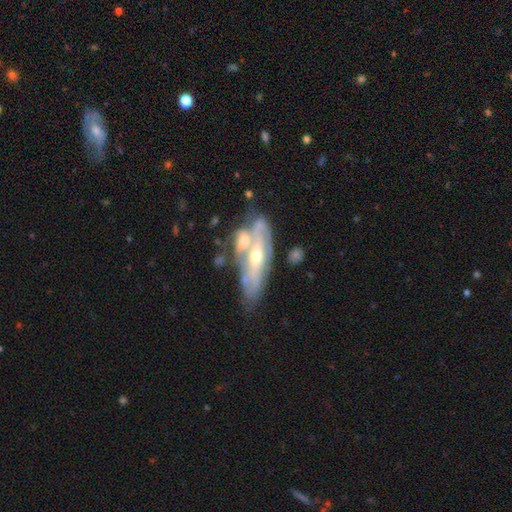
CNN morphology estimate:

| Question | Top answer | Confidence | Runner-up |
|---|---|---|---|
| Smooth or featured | featured or disk | 76% | smooth (18%) |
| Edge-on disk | no | 77% | yes (23%) |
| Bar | no | 58% | weak (25%) |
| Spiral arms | yes | 58% | no (42%) |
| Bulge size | moderate | 61% | small (34%) |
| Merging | none | 36% | tied: merger (36%) |